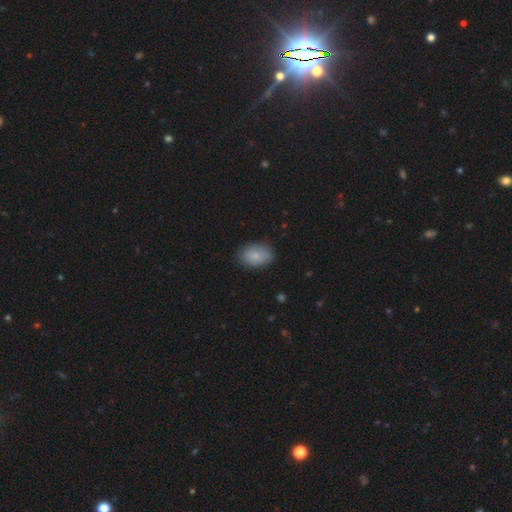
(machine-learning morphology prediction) This appears to be a smooth galaxy with no disk features (83%) that is in between round and cigar-shaped (82%). Merging: none (82%).